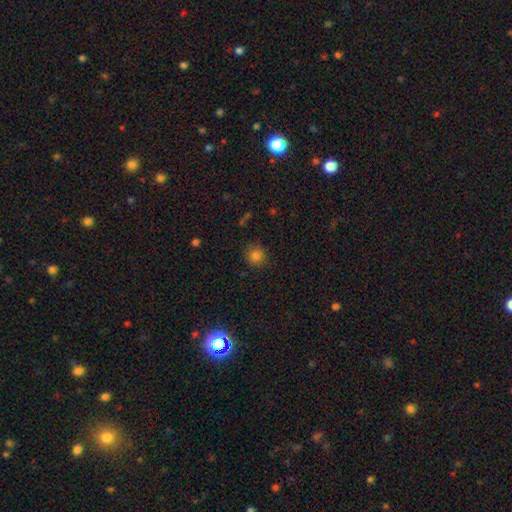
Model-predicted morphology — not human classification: smooth-or-featured: smooth: 82% | star or artifact: 13% | featured or disk: 5%
  how-rounded: round: 91% | in between: 9% | cigar-shaped: 1%
  merging: none: 87% | minor disturbance: 9% | major disturbance: 3% | merger: 1%